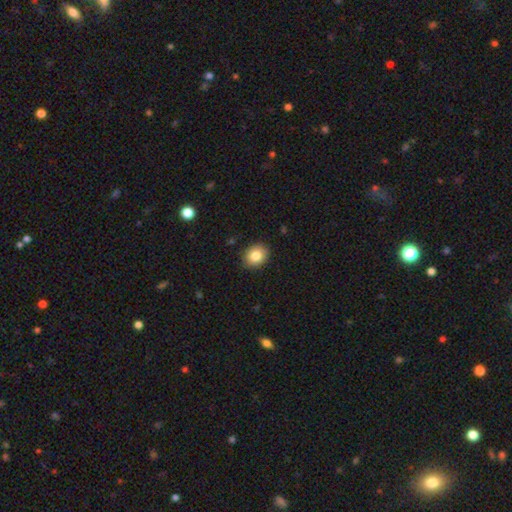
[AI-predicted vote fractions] This is clearly a smooth galaxy (83%). How rounded: possibly round (55%). Merging: clearly none (89%).